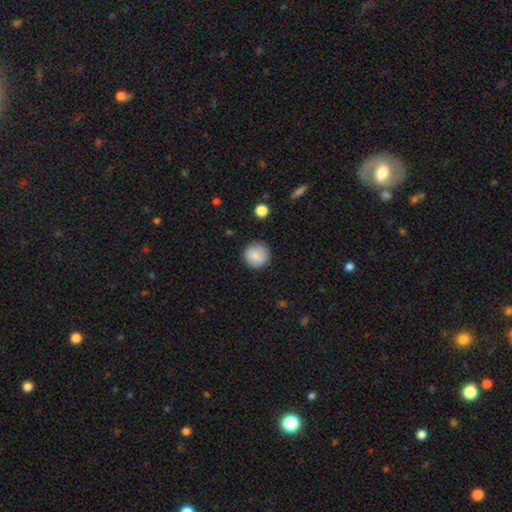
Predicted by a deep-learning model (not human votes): Q: Smooth or featured?
A: smooth (86%); runner-up: star or artifact (8%)
Q: How rounded?
A: round (92%); runner-up: in between (7%)
Q: Merging?
A: none (87%); runner-up: minor disturbance (9%)